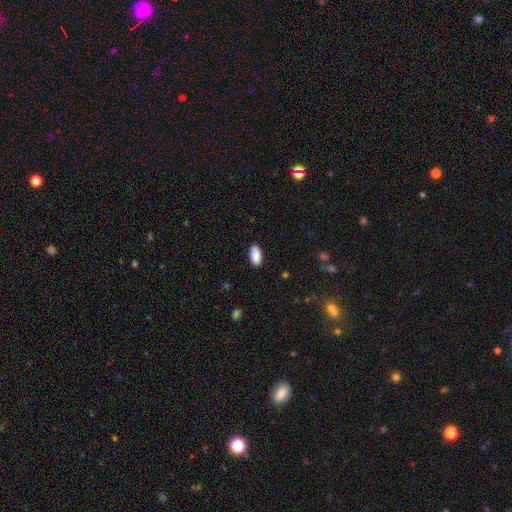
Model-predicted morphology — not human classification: Overall: smooth (89%). How rounded: in between (94%). Merging: none (85%).